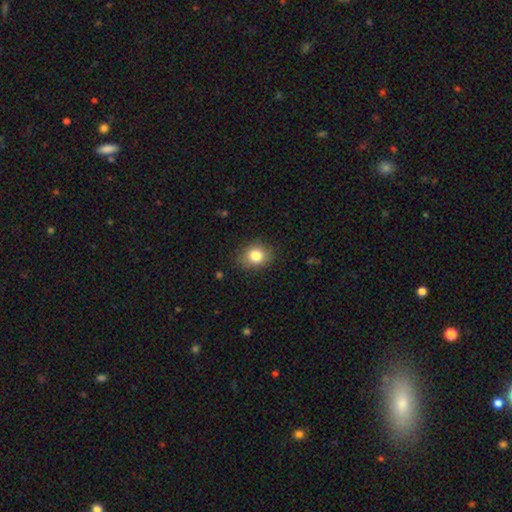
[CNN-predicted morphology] smooth_or_featured: smooth (p=0.82) [alt: star or artifact p=0.10]
how_rounded: round (p=0.65) [alt: in between p=0.34]
merging: none (p=0.85) [alt: minor disturbance p=0.11]